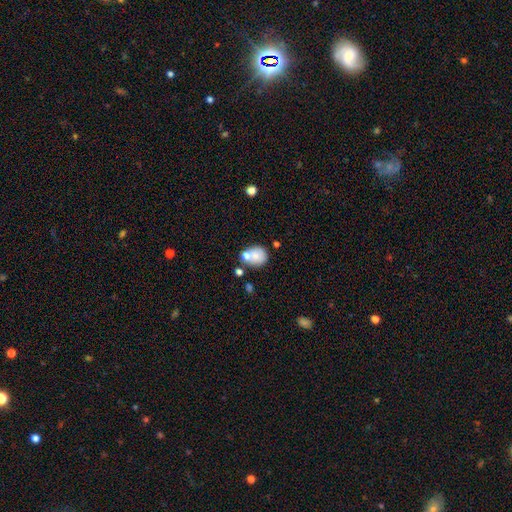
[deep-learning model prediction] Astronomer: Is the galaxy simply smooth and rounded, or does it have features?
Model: smooth — 73%.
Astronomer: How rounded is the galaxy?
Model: round — 69%.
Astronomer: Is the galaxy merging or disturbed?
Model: none — 52% (runner-up: merger, 28%).